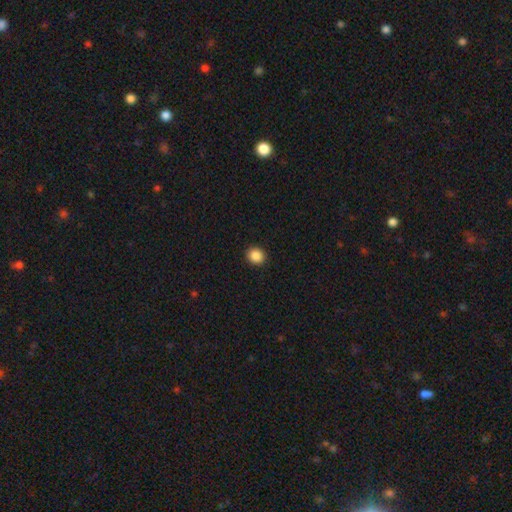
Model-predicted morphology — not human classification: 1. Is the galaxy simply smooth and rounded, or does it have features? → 88% smooth, 9% star or artifact, 3% featured or disk.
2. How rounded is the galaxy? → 80% round, 19% in between, 1% cigar-shaped.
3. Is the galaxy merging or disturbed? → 92% none, 5% minor disturbance, 2% major disturbance, 1% merger.